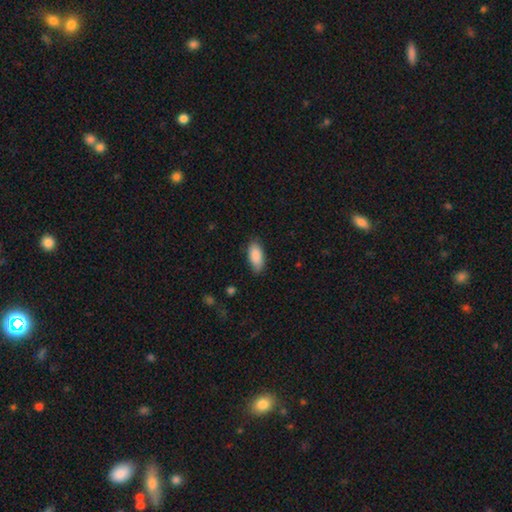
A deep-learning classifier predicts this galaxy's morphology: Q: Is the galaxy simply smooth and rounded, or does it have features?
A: smooth — 89%.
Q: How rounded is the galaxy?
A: in between — 87%.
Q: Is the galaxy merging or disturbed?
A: none — 80%.